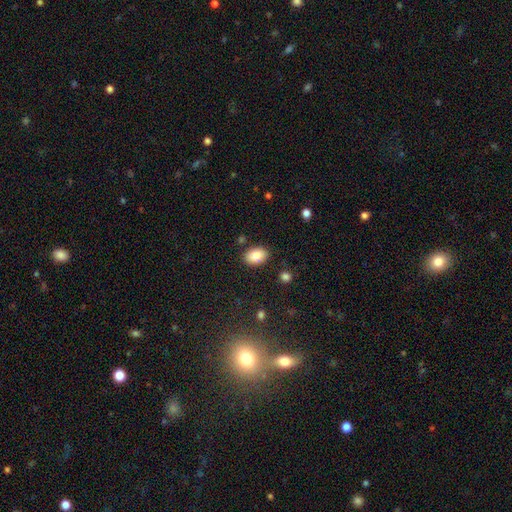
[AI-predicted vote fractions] Overall: smooth (86%). How rounded: in between (86%). Merging: none (84%).